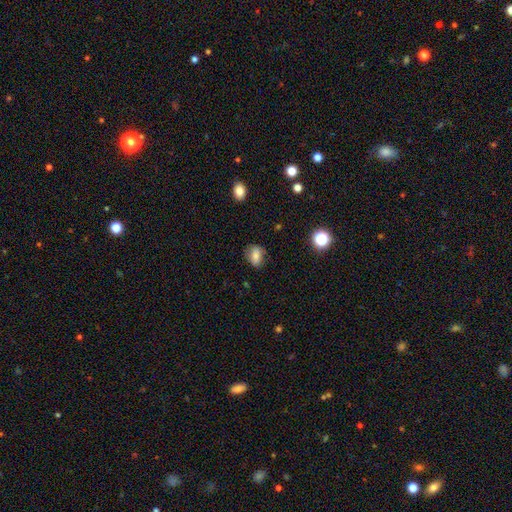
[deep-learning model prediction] smooth_or_featured: smooth (p=0.77) [alt: featured or disk p=0.12]
how_rounded: in between (p=0.66) [alt: round p=0.32]
merging: none (p=0.77) [alt: minor disturbance p=0.18]